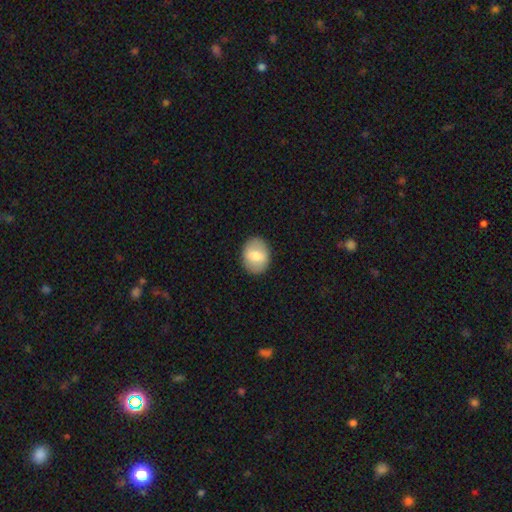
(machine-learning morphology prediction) The model was most divided on "how rounded": in between: 57%, round: 42%, cigar-shaped: 1%. More confident: merging — none (88%); smooth or featured — smooth (66%).